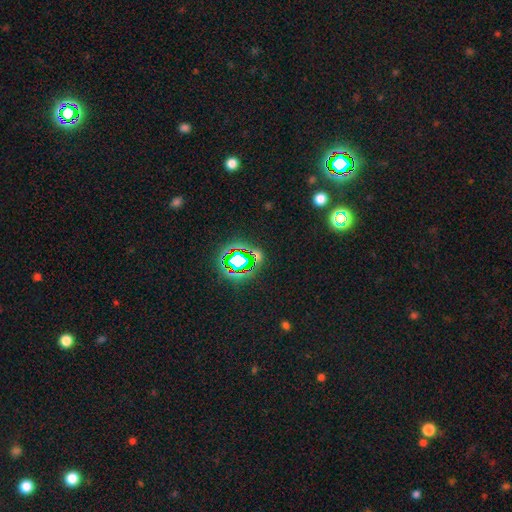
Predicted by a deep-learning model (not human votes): This appears to be a star or artifact, not a galaxy (68%).